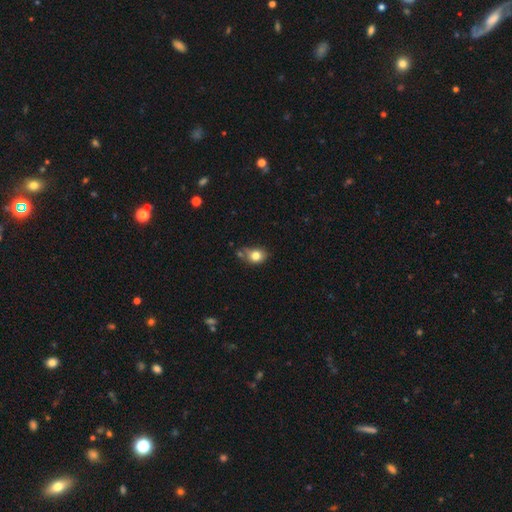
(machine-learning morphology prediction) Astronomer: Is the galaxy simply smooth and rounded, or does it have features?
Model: smooth — 79%.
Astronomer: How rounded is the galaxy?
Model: in between — 51% (runner-up: round, 48%).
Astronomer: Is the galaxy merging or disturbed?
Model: none — 51% (runner-up: minor disturbance, 29%).